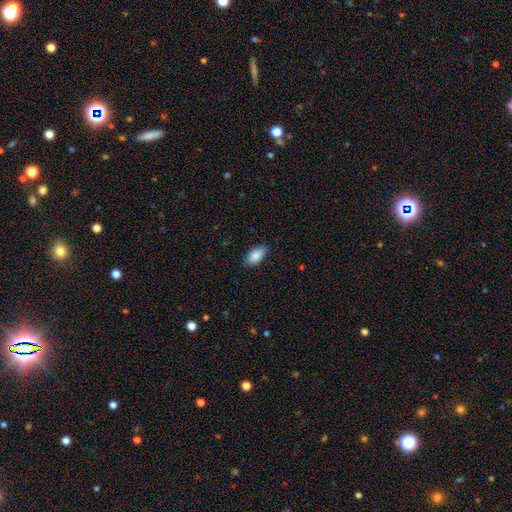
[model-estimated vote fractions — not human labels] A smooth galaxy with no disk features (87%) that is in between round and cigar-shaped (93%).

Vote fractions:
- Smooth or featured? smooth: 87% / star or artifact: 7% / featured or disk: 6%
- How rounded? in between: 93% / round: 4% / cigar-shaped: 4%
- Merging? none: 82% / minor disturbance: 15% / major disturbance: 3% / merger: 1%